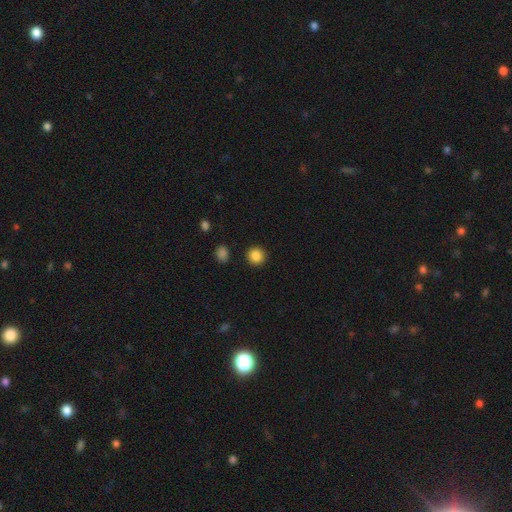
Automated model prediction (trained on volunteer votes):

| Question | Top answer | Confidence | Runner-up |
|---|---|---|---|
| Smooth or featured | smooth | 86% | star or artifact (10%) |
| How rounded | round | 93% | in between (6%) |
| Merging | none | 92% | minor disturbance (5%) |